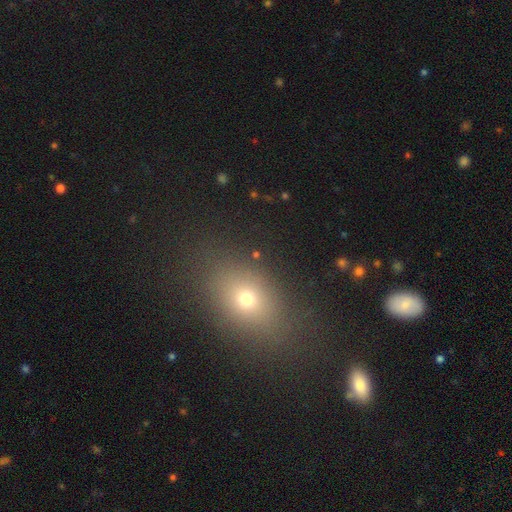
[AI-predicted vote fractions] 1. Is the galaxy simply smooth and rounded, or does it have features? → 63% smooth, 24% star or artifact, 13% featured or disk.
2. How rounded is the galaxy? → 60% in between, 36% round, 3% cigar-shaped.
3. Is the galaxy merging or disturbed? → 80% none, 10% minor disturbance, 6% major disturbance, 5% merger.